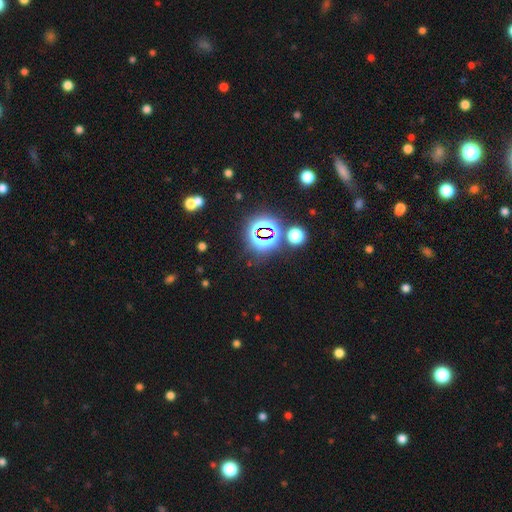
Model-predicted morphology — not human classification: The model was most divided on "smooth or featured": star or artifact: 78%, smooth: 13%, featured or disk: 9%.